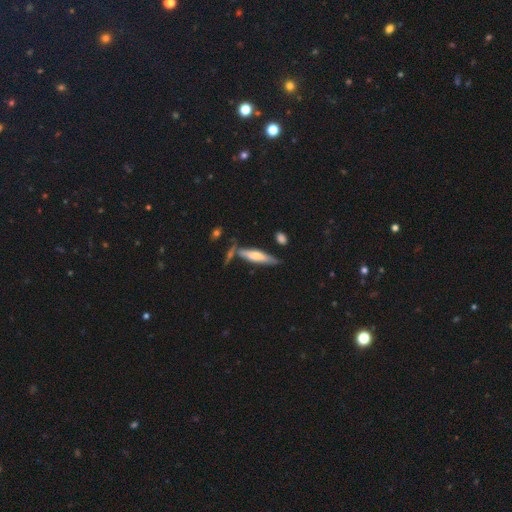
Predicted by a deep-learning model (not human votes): Overall: smooth (53%; featured or disk 41%). How rounded: cigar-shaped (76%). Merging: none (68%).